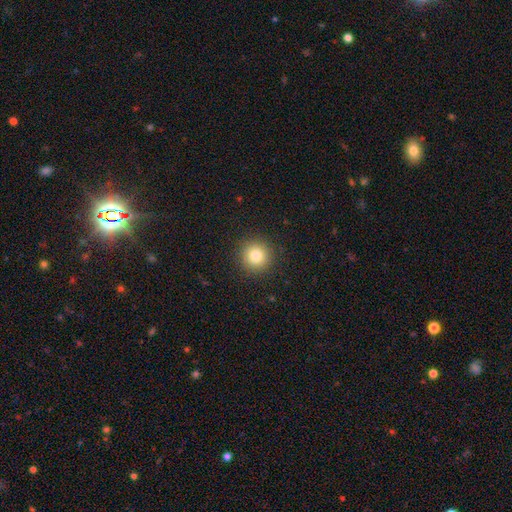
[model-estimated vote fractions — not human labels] This appears to be a smooth galaxy with no disk features (82%) that is round (95%). Merging: none (91%).